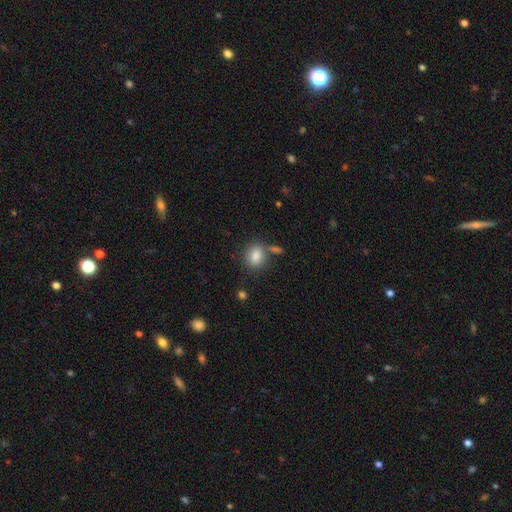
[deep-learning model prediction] Overall: smooth (84%). How rounded: in between (51%; round 48%). Merging: none (71%).